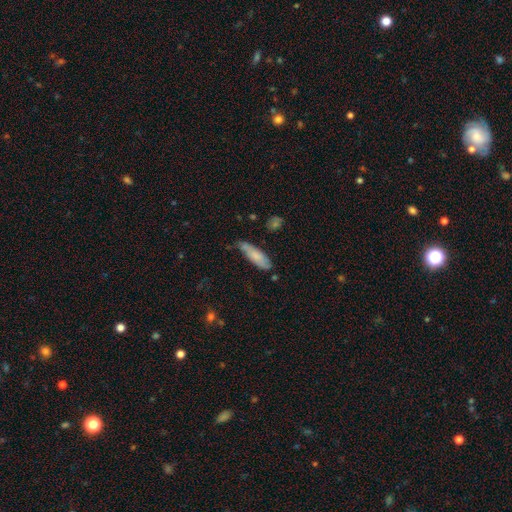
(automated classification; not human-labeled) Smooth or featured: smooth — 75% (featured or disk — 19%)
How rounded: cigar-shaped — 51% (in between — 47%)
Merging: none — 57% (minor disturbance — 32%)